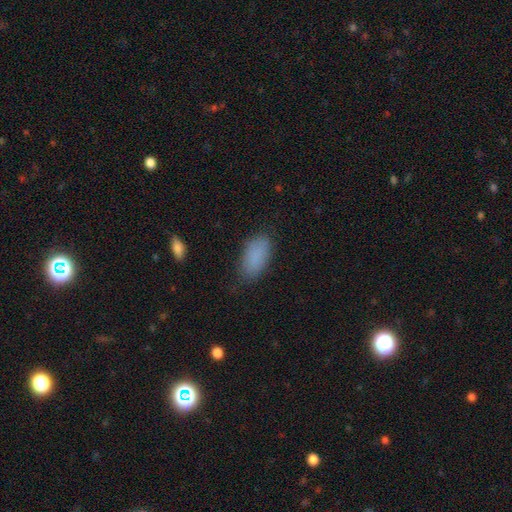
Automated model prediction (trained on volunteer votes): This is clearly a smooth galaxy (87%). How rounded: clearly in between (93%). Merging: likely none (76%).